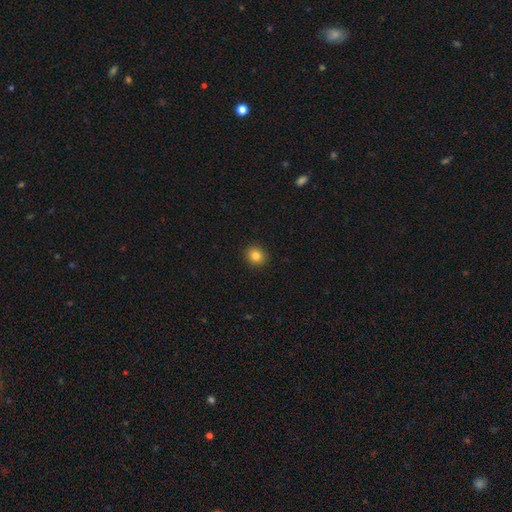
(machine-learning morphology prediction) This is clearly a smooth galaxy (83%). How rounded: clearly round (83%). Merging: clearly none (92%).